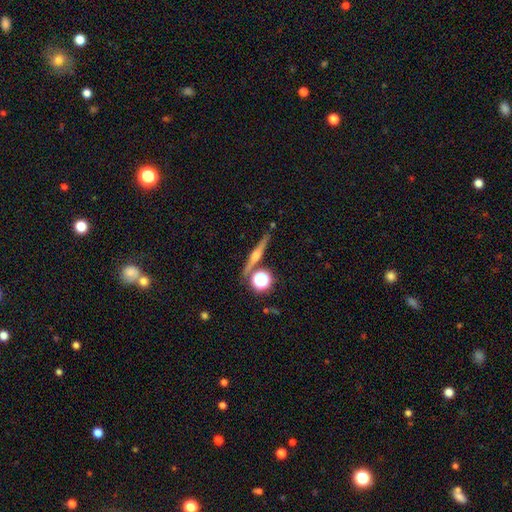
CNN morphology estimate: Smooth or featured? Predicted: featured or disk (p=0.71). Edge-on disk? Predicted: yes (p=0.97). Edge-on bulge? Predicted: rounded (p=0.86). Merging? Predicted: none (p=0.84).